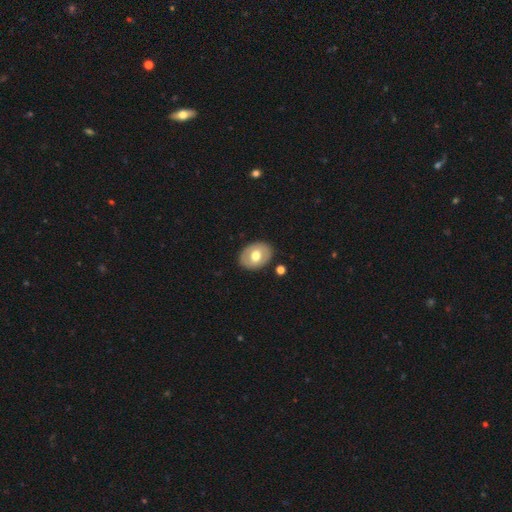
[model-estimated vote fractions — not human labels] Q: Smooth or featured?
A: smooth (56%); runner-up: featured or disk (38%)
Q: How rounded?
A: in between (65%); runner-up: round (34%)
Q: Merging?
A: none (85%); runner-up: minor disturbance (10%)